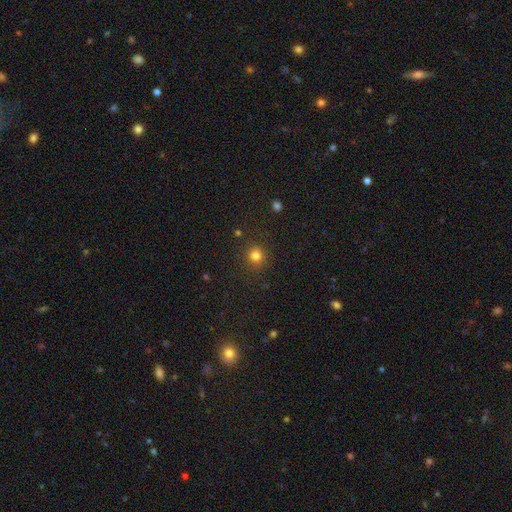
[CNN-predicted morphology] smooth 80%, star or artifact 15%, featured or disk 5%. Down the decision tree: how rounded — round (92%); merging — none (89%).